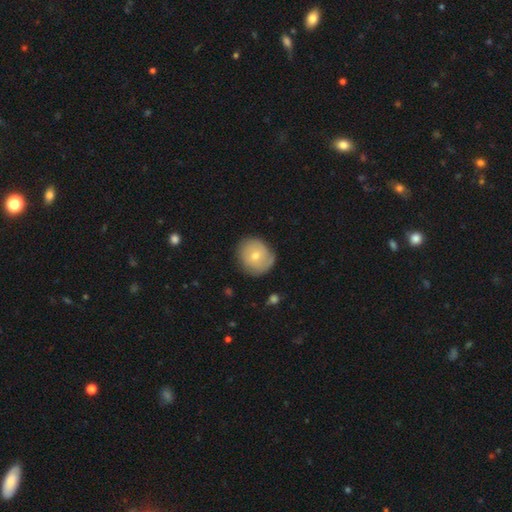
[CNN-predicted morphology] Smooth or featured: smooth — 61% (featured or disk — 32%)
How rounded: round — 81% (in between — 18%)
Merging: none — 70% (minor disturbance — 23%)